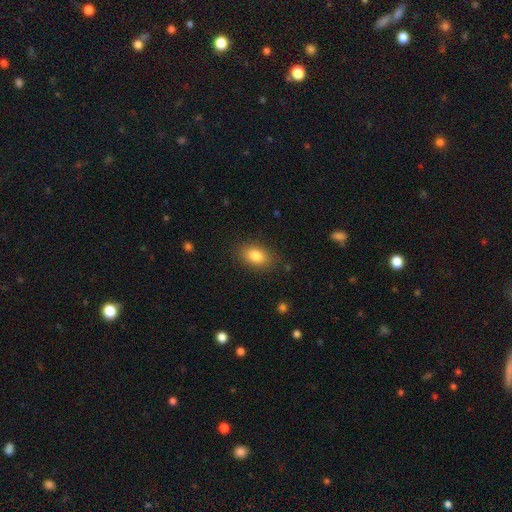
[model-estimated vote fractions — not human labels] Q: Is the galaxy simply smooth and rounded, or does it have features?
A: smooth — 83%.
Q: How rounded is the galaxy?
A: in between — 88%.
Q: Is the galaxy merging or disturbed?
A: none — 85%.